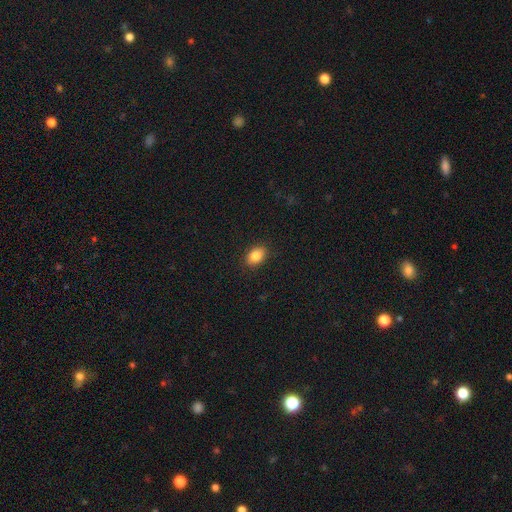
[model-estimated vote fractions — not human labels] smooth-or-featured: smooth: 86% | star or artifact: 8% | featured or disk: 6%
  how-rounded: in between: 84% | round: 14% | cigar-shaped: 2%
  merging: none: 88% | minor disturbance: 9% | major disturbance: 2% | merger: 1%